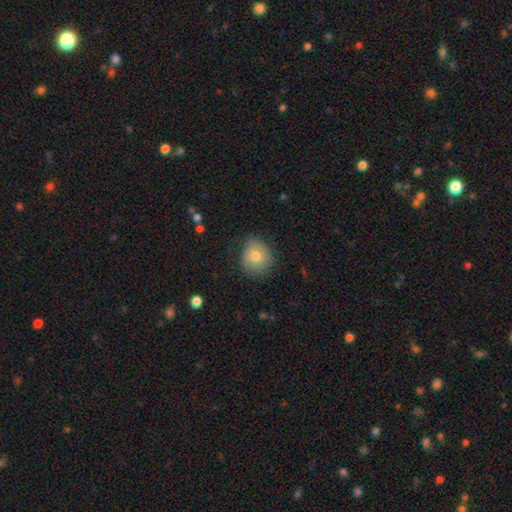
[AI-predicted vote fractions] Overall: smooth (74%). How rounded: round (78%). Merging: none (68%).